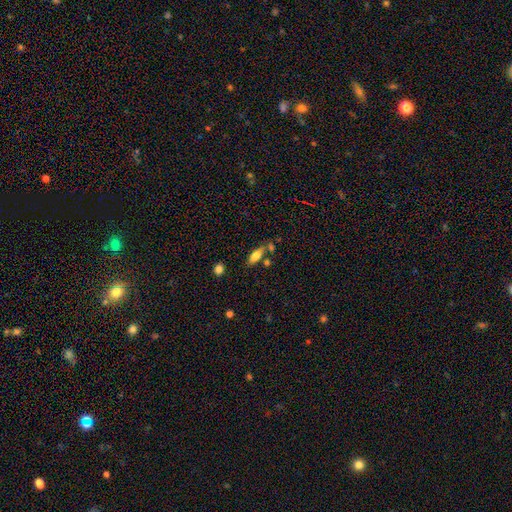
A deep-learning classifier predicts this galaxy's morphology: The model was most divided on "how rounded": in between: 70%, cigar-shaped: 27%, round: 3%. More confident: smooth or featured — smooth (77%); merging — none (64%).